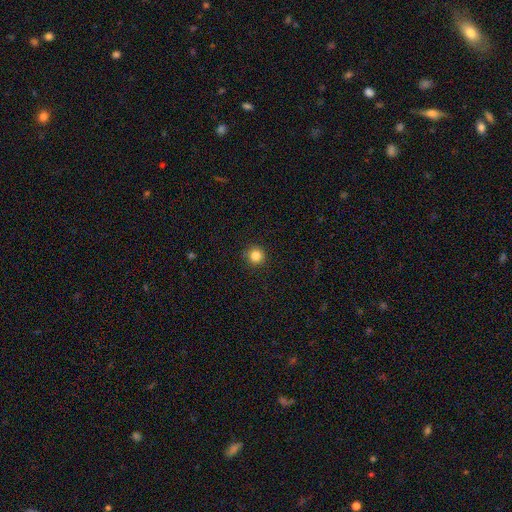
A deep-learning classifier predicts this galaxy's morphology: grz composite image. It shows a smooth galaxy with no disk features (84%) that is round (95%). Merging: none (92%).